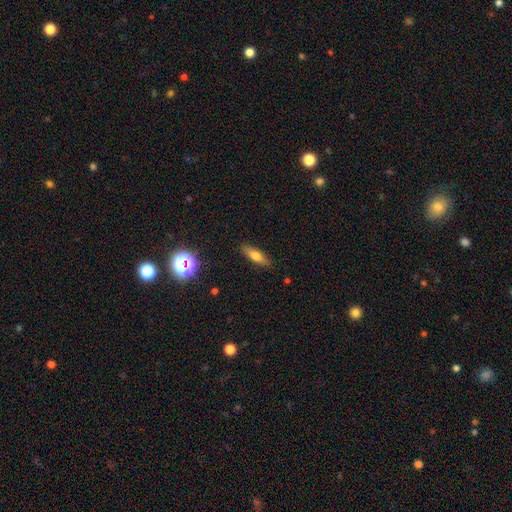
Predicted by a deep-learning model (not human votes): A smooth galaxy with no disk features (65%) that is cigar-shaped (57%). Merging: none (87%).